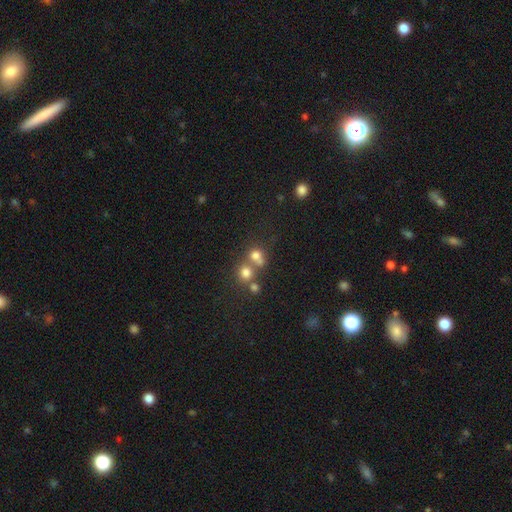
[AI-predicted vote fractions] This appears to be a smooth galaxy with no disk features (70%) that is round (84%). Merging: merger (44%, tied with none).